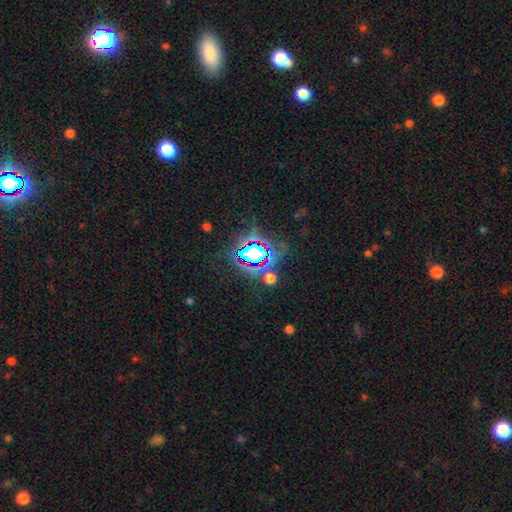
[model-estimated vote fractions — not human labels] smooth_or_featured: star or artifact (p=0.80) [alt: smooth p=0.12]